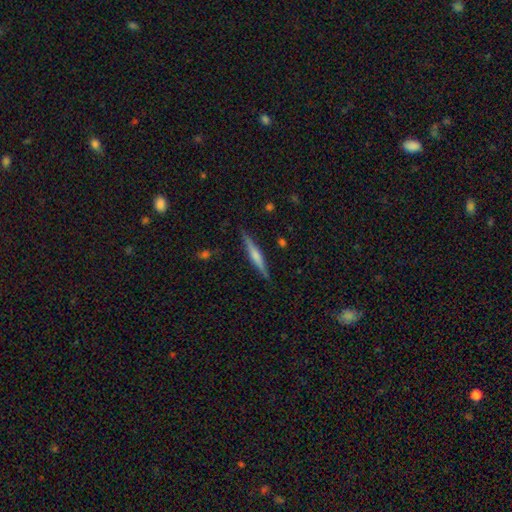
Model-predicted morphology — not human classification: A featured or disk galaxy (53%) viewed edge-on (97%) with a rounded central bulge (53%).

Vote fractions:
- Smooth or featured? featured or disk: 53% / smooth: 41% / star or artifact: 6%
- Edge-on disk? yes: 97% / no: 3%
- Edge-on bulge? rounded: 53% / none: 30% / boxy: 18%
- Merging? none: 88% / minor disturbance: 9% / major disturbance: 2% / merger: 1%